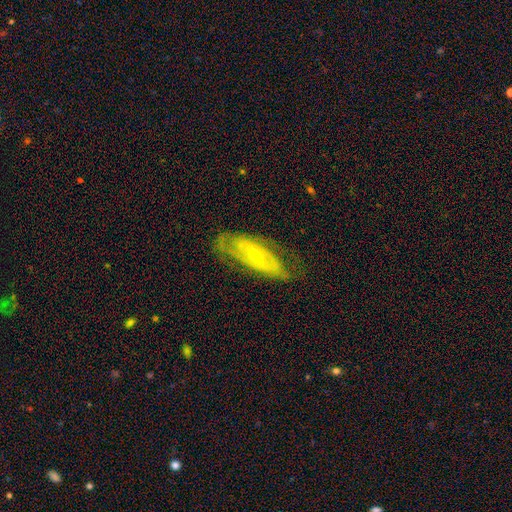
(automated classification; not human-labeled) featured or disk 74%, smooth 20%, star or artifact 7%. Down the decision tree: edge-on disk — no (83%); bar — no (49%); spiral arms — yes (71%); bulge size — small (64%); merging — none (64%).